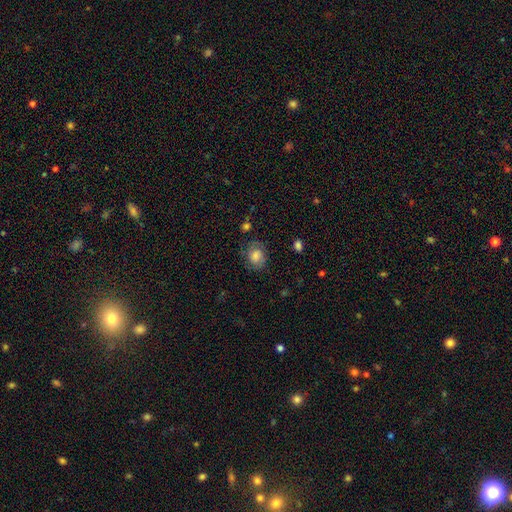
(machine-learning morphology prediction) This appears to be a smooth galaxy with no disk features (59%) that is round (50%). Merging: none (70%).